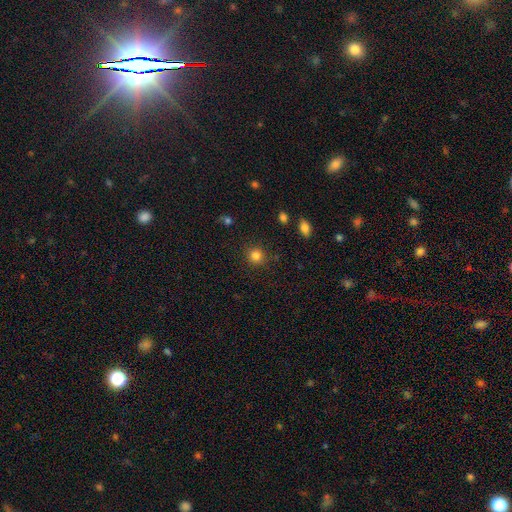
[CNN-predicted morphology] Smooth or featured?
  - smooth: 83% *
  - star or artifact: 12%
  - featured or disk: 5%
How rounded?
  - round: 91% *
  - in between: 9%
  - cigar-shaped: 1%
Merging?
  - none: 87% *
  - minor disturbance: 8%
  - major disturbance: 3%
  - merger: 2%